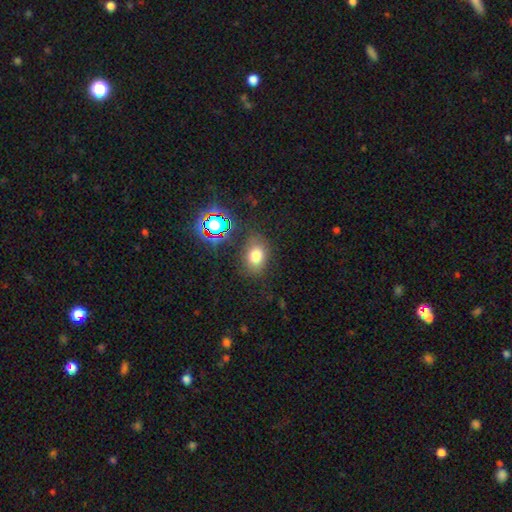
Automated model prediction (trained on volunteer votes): Overall: smooth (73%). How rounded: in between (71%). Merging: none (77%).